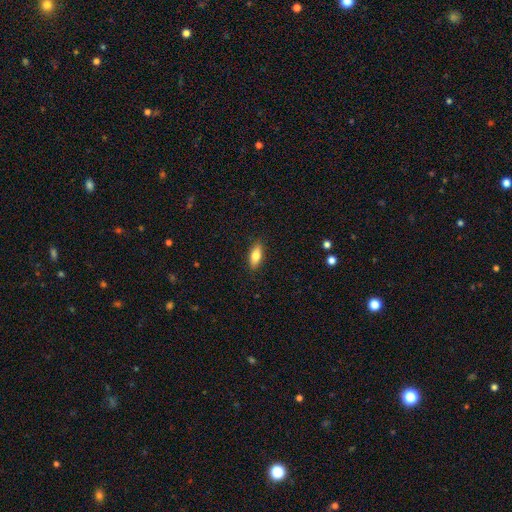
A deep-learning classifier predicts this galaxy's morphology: Smooth or featured: smooth — 76% (featured or disk — 17%)
How rounded: in between — 76% (cigar-shaped — 21%)
Merging: none — 89% (minor disturbance — 8%)